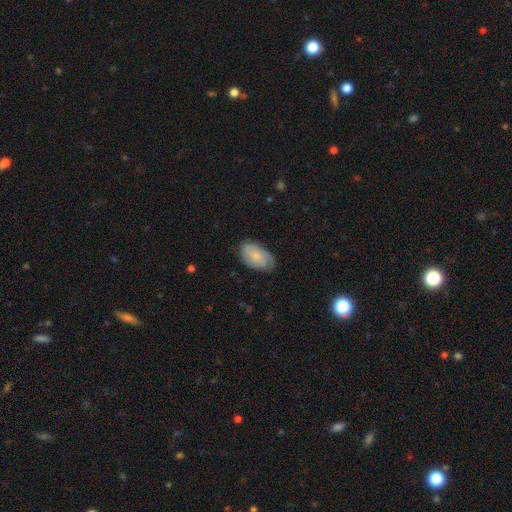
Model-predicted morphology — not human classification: Smooth or featured: smooth — 56% (featured or disk — 37%)
How rounded: in between — 93% (round — 5%)
Merging: none — 75% (minor disturbance — 20%)